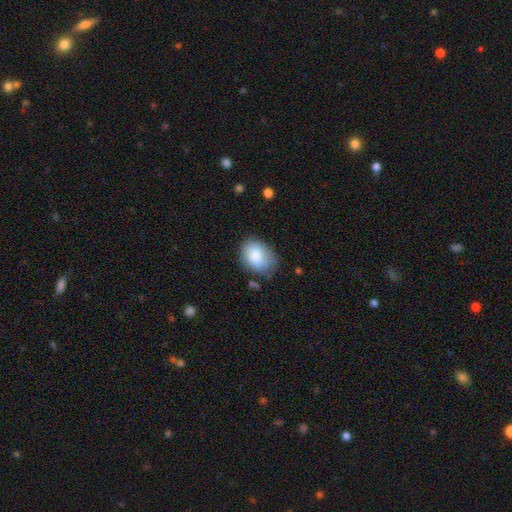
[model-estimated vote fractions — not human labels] Q: Smooth or featured?
A: smooth (83%); runner-up: featured or disk (9%)
Q: How rounded?
A: in between (72%); runner-up: round (27%)
Q: Merging?
A: none (68%); runner-up: minor disturbance (24%)